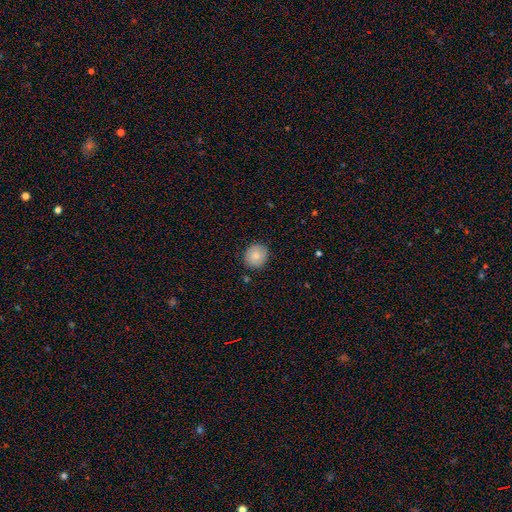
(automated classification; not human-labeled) smooth_or_featured: smooth (p=0.80) [alt: featured or disk p=0.13]
how_rounded: round (p=0.79) [alt: in between p=0.20]
merging: none (p=0.85) [alt: minor disturbance p=0.12]